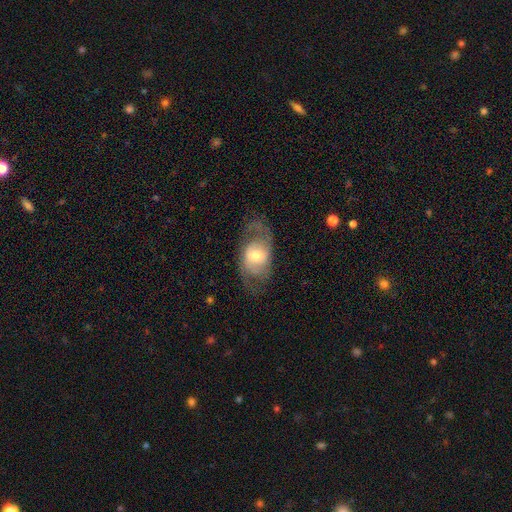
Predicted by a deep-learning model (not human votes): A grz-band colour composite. It shows a featured or disk galaxy (67%) with no bar (57%), spiral arms (78%) and a moderate central bulge (63%). Merging: none (63%).